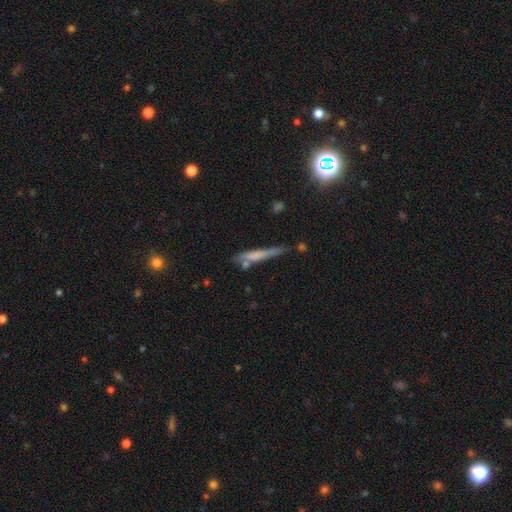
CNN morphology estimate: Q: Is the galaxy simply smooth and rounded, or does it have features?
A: smooth — 52%.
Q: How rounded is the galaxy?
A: cigar-shaped — 93%.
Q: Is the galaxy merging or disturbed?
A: none — 60%.